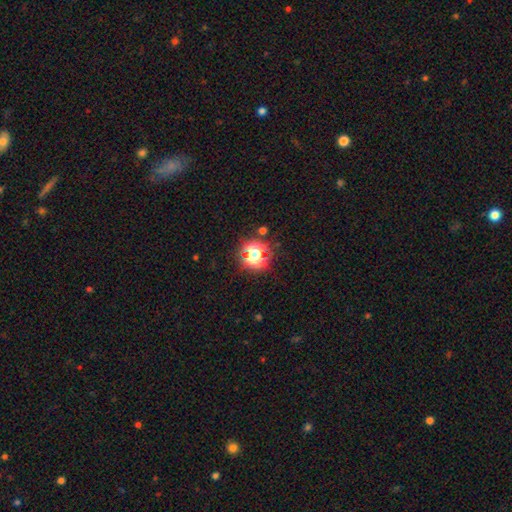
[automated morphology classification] This is possibly a smooth galaxy (53%). How rounded: clearly round (88%). Merging: likely none (76%).